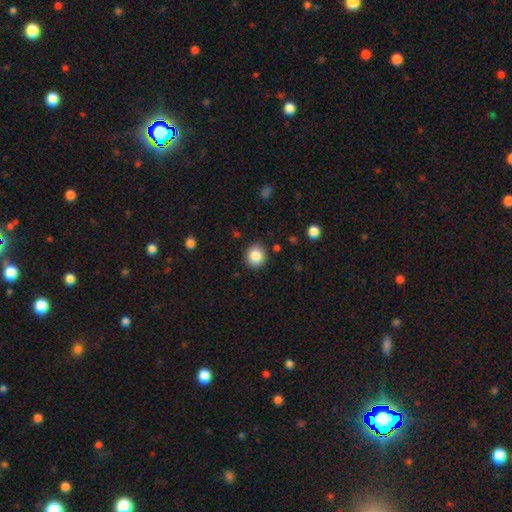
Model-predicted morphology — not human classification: This appears to be a smooth galaxy with no disk features (85%) that is round (88%). Merging: none (90%).